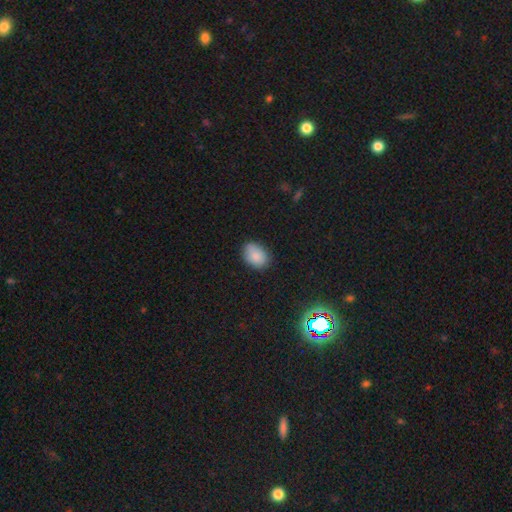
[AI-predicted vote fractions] A smooth galaxy with no disk features (86%) that is in between round and cigar-shaped (76%).

Vote fractions:
- Smooth or featured? smooth: 86% / star or artifact: 8% / featured or disk: 6%
- How rounded? in between: 76% / round: 23% / cigar-shaped: 1%
- Merging? none: 79% / minor disturbance: 17% / major disturbance: 3% / merger: 1%